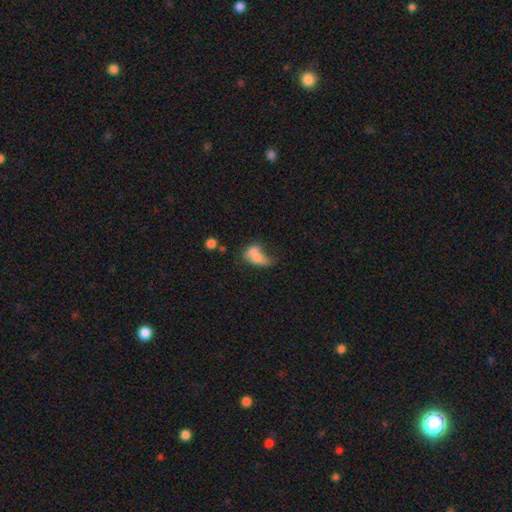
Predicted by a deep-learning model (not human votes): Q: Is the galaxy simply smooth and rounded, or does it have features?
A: smooth — 64%.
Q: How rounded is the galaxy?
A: in between — 79%.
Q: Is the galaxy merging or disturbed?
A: merger — 46%.